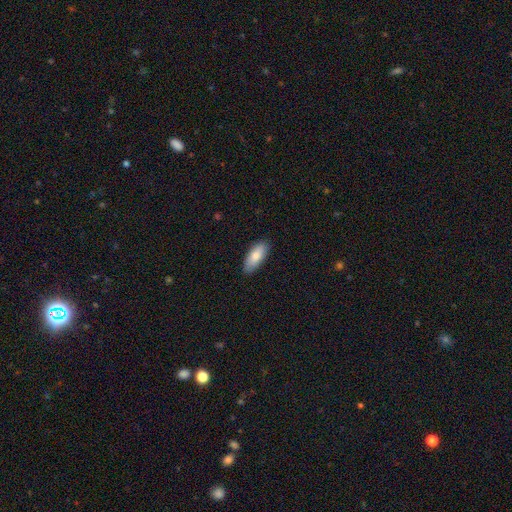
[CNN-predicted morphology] This appears to be a smooth galaxy with no disk features (81%) that is in between round and cigar-shaped (79%). Merging: none (87%).